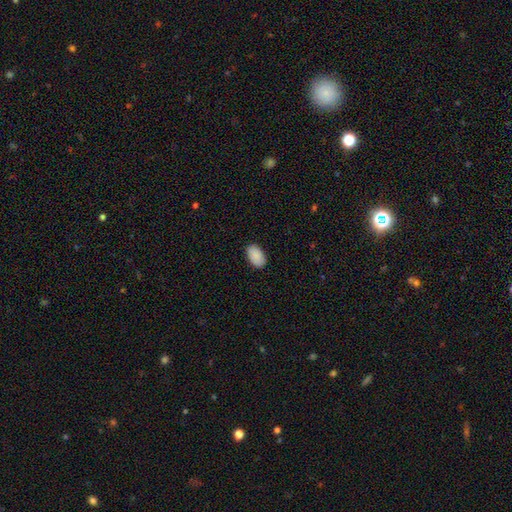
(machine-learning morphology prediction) Smooth or featured?
  - smooth: 90% *
  - star or artifact: 6%
  - featured or disk: 3%
How rounded?
  - in between: 94% *
  - round: 5%
  - cigar-shaped: 1%
Merging?
  - none: 88% *
  - minor disturbance: 9%
  - major disturbance: 2%
  - merger: 1%